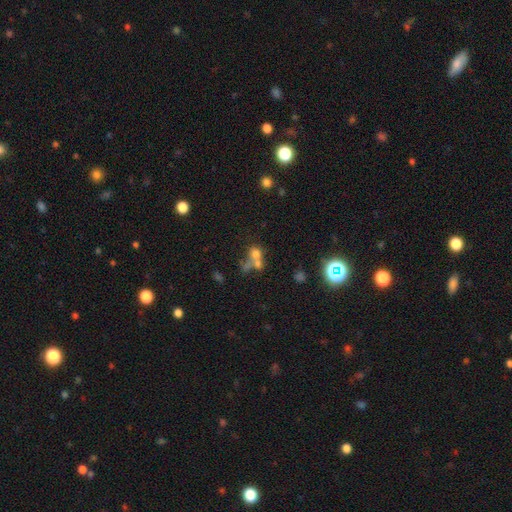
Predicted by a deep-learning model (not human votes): Smooth or featured?
  - smooth: 62% *
  - featured or disk: 20%
  - star or artifact: 18%
How rounded?
  - round: 59% *
  - in between: 38%
  - cigar-shaped: 3%
Merging?
  - merger: 59% *
  - none: 26%
  - major disturbance: 8%
  - minor disturbance: 8%